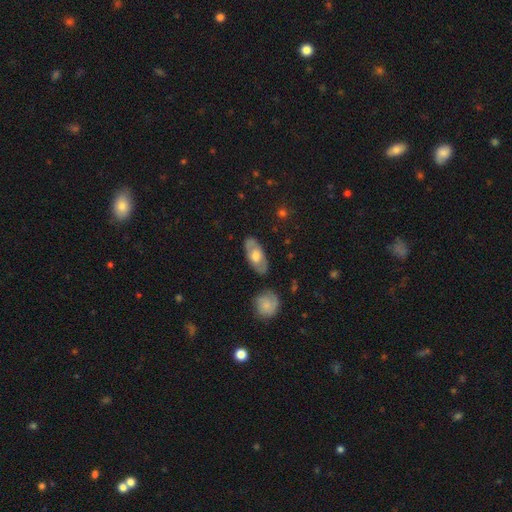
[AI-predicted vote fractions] Smooth or featured? smooth (50%)
Merging? none (80%)